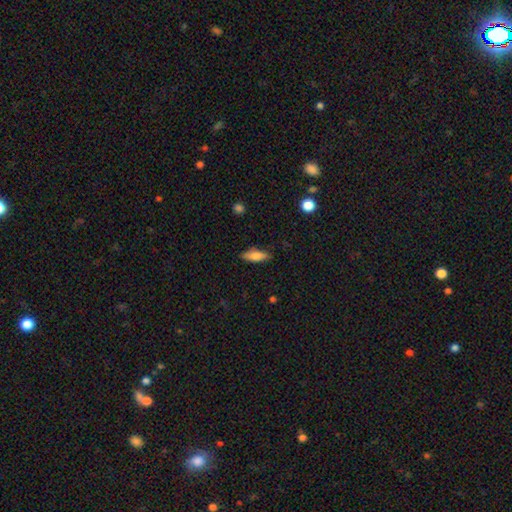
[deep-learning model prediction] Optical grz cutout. It shows a smooth galaxy with no disk features (73%) that is in between round and cigar-shaped (55%). Merging: none (84%).